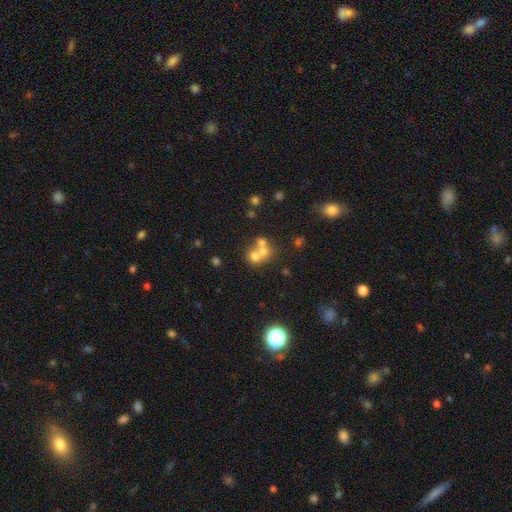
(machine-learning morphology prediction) The model was most divided on "merging" (2-way tie): none: 44%, merger: 44%, minor disturbance: 7%, major disturbance: 5%. Remaining: smooth or featured — smooth (47%).